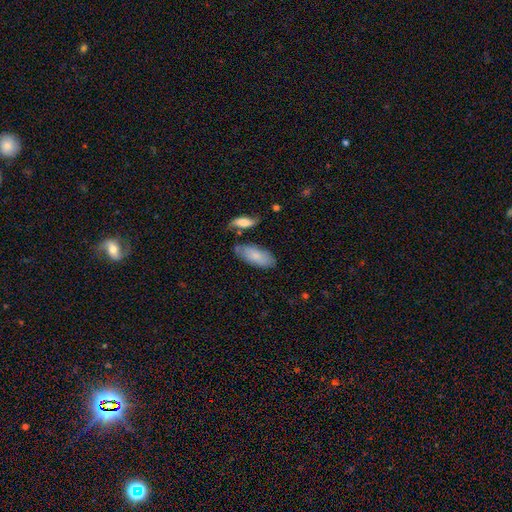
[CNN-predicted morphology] The model was most divided on "merging": none: 64%, minor disturbance: 22%, merger: 9%, major disturbance: 5%. More confident: how rounded — in between (85%); smooth or featured — smooth (75%).